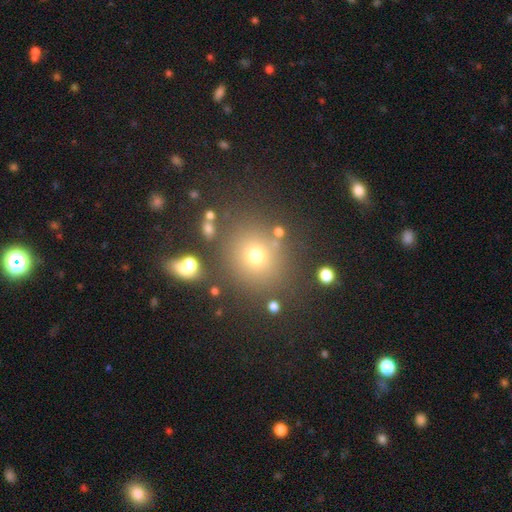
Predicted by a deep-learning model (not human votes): Smooth or featured: smooth — 67% (star or artifact — 22%)
How rounded: round — 83% (in between — 16%)
Merging: none — 81% (minor disturbance — 9%)